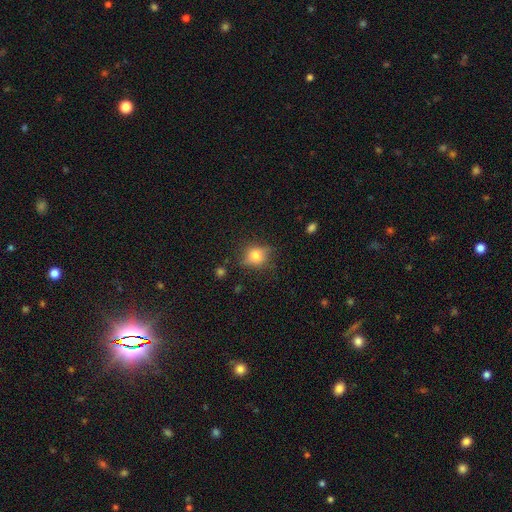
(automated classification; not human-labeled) Q: Smooth or featured?
A: smooth (70%); runner-up: featured or disk (19%)
Q: How rounded?
A: round (66%); runner-up: in between (31%)
Q: Merging?
A: none (73%); runner-up: minor disturbance (20%)